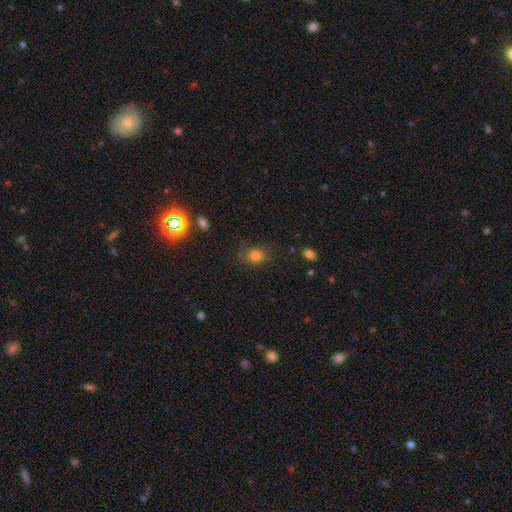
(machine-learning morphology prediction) Smooth or featured? Predicted: smooth (p=0.79). How rounded? Predicted: round (p=0.66). Merging? Predicted: none (p=0.77).